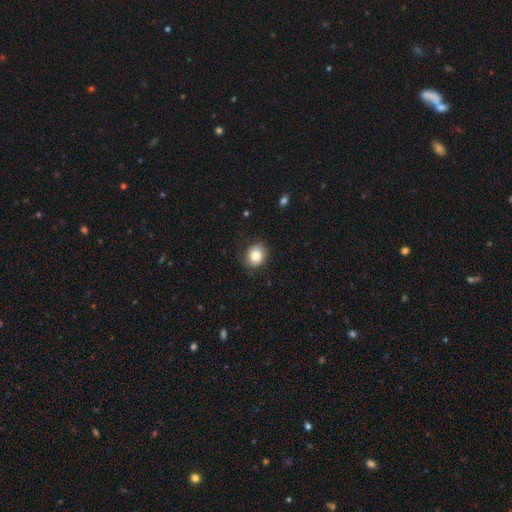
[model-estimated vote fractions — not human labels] smooth 83%, star or artifact 9%, featured or disk 8%. Down the decision tree: how rounded — round (65%); merging — none (82%).